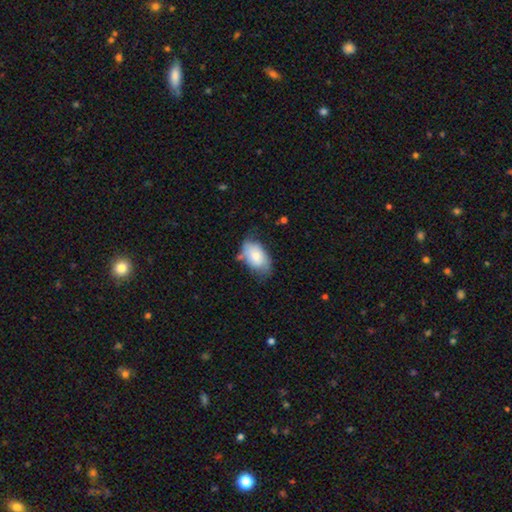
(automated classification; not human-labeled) This is likely a smooth galaxy (72%). How rounded: clearly in between (91%). Merging: possibly none (53%).